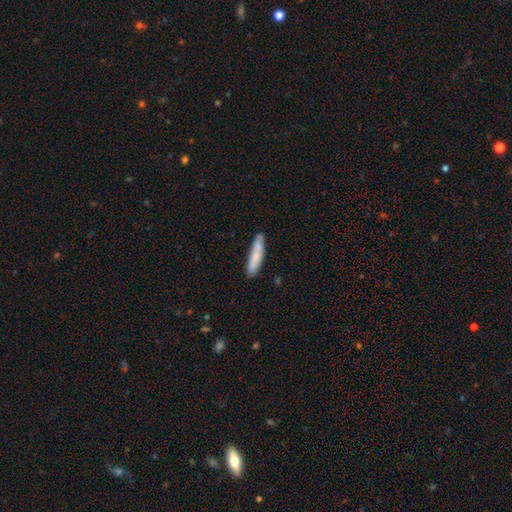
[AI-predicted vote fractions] Smooth or featured?
  - smooth: 72% *
  - featured or disk: 22%
  - star or artifact: 6%
How rounded?
  - cigar-shaped: 85% *
  - in between: 14%
  - round: 1%
Merging?
  - none: 78% *
  - minor disturbance: 16%
  - merger: 3%
  - major disturbance: 3%